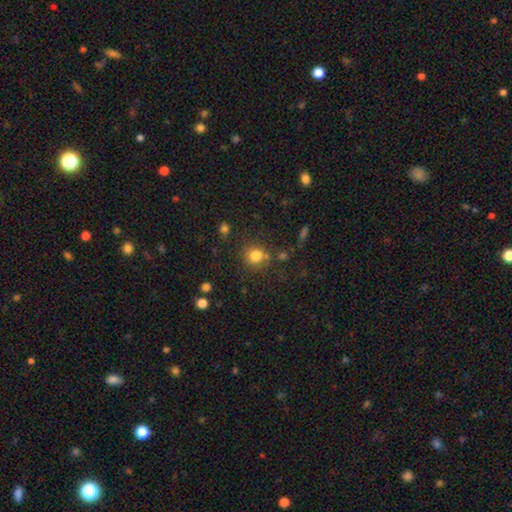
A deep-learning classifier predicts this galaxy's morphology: smooth-or-featured: smooth: 80% | star or artifact: 13% | featured or disk: 7%
  how-rounded: round: 80% | in between: 19% | cigar-shaped: 1%
  merging: none: 70% | minor disturbance: 14% | merger: 10% | major disturbance: 6%